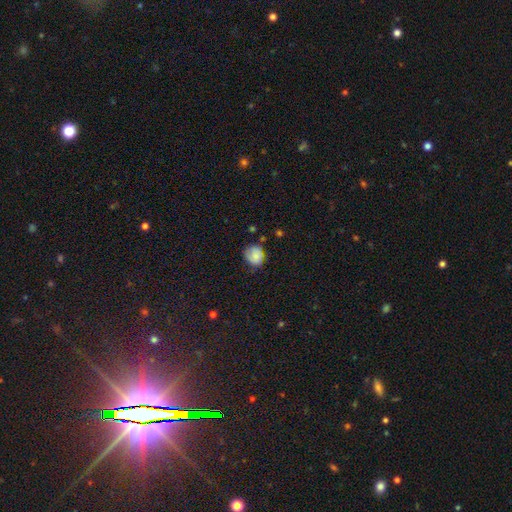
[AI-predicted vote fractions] The model was most divided on "merging": none: 60%, minor disturbance: 31%, major disturbance: 6%, merger: 2%. More confident: smooth or featured — smooth (78%); how rounded — round (72%).